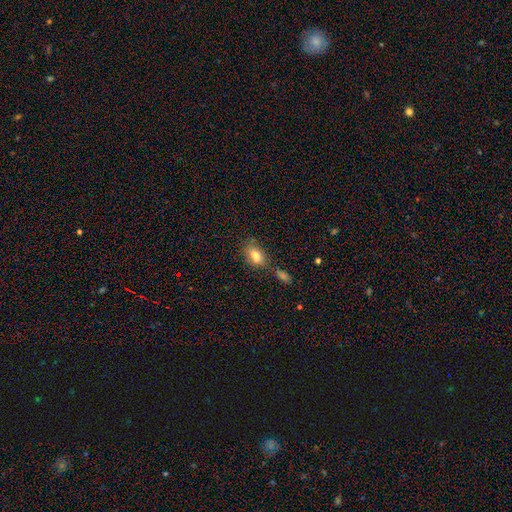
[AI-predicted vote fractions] smooth-or-featured: smooth: 80% | featured or disk: 11% | star or artifact: 9%
  how-rounded: in between: 84% | round: 12% | cigar-shaped: 3%
  merging: none: 65% | minor disturbance: 17% | merger: 14% | major disturbance: 5%